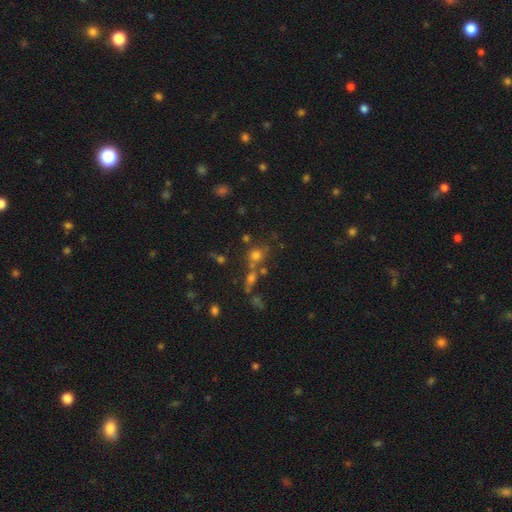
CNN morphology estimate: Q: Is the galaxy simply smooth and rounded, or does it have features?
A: smooth — 62%.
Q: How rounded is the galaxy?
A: round — 83%.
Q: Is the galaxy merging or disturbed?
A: none — 52%.